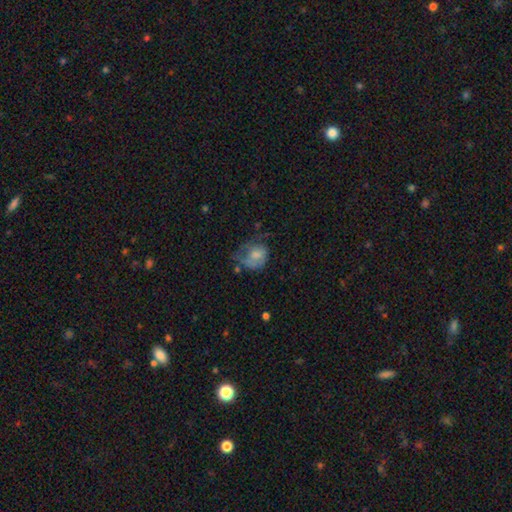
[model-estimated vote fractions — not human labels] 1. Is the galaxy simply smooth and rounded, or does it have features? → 58% smooth, 33% featured or disk, 9% star or artifact.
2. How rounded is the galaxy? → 52% round, 47% in between, 1% cigar-shaped.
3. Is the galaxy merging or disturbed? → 39% major disturbance, 30% minor disturbance, 27% none, 4% merger.